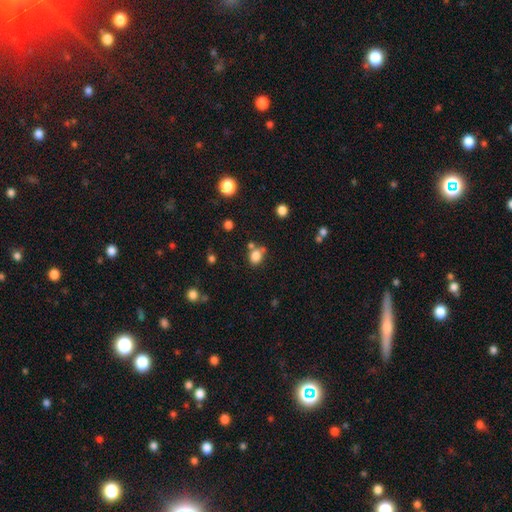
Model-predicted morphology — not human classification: This is clearly a smooth galaxy (81%). How rounded: possibly round (52%). Merging: possibly none (58%).